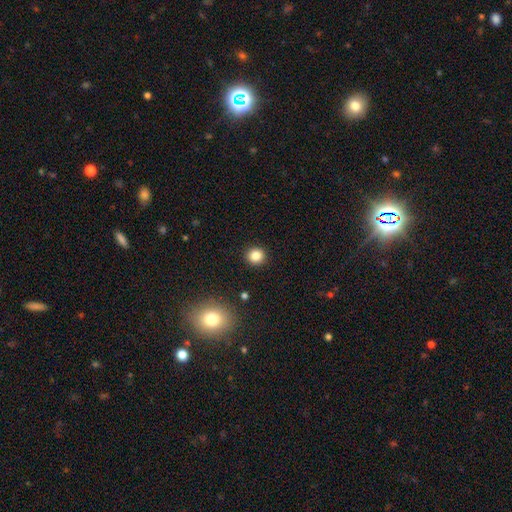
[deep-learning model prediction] A smooth galaxy with no disk features (83%) that is round (91%).

Vote fractions:
- Smooth or featured? smooth: 83% / star or artifact: 12% / featured or disk: 5%
- How rounded? round: 91% / in between: 8% / cigar-shaped: 1%
- Merging? none: 92% / minor disturbance: 5% / major disturbance: 2% / merger: 1%